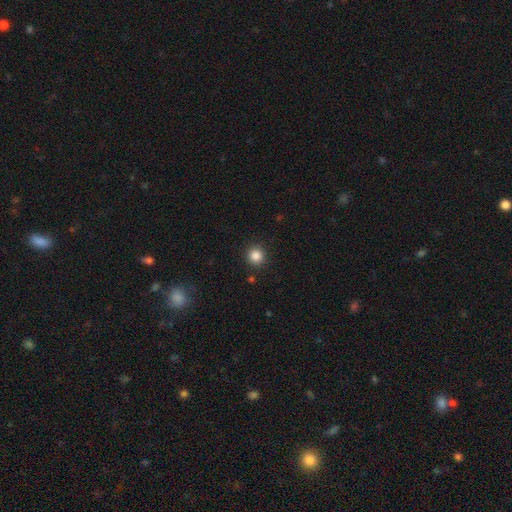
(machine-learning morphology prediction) Overall: smooth (85%). How rounded: round (94%). Merging: none (91%).